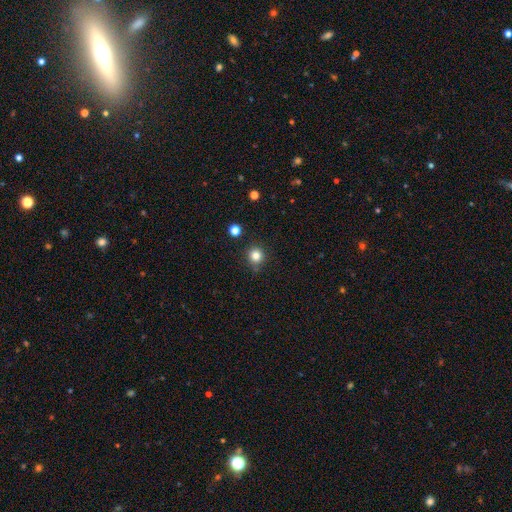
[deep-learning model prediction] smooth 82%, star or artifact 13%, featured or disk 5%. Down the decision tree: how rounded — round (91%); merging — none (84%).